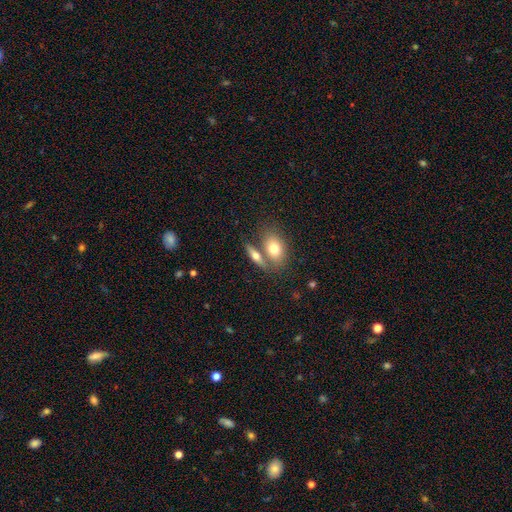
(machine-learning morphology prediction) Smooth or featured: smooth — 63% (featured or disk — 30%)
How rounded: in between — 63% (cigar-shaped — 27%)
Merging: none — 52% (merger — 35%)